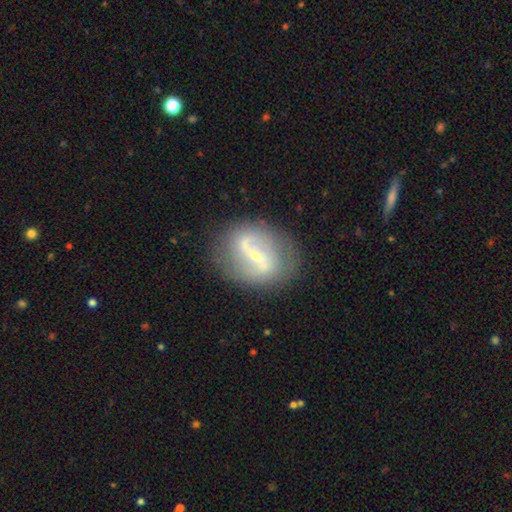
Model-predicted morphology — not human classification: Smooth or featured: featured or disk — 79% (smooth — 14%)
Edge-on disk: no — 96% (yes — 4%)
Bar: strong — 43% (weak — 39%)
Spiral arms: yes — 84% (no — 16%)
Spiral winding: loose — 54% (medium — 34%)
Spiral arm count: 2 — 85% (can't tell — 7%)
Bulge size: small — 74% (moderate — 20%)
Merging: none — 77% (minor disturbance — 15%)